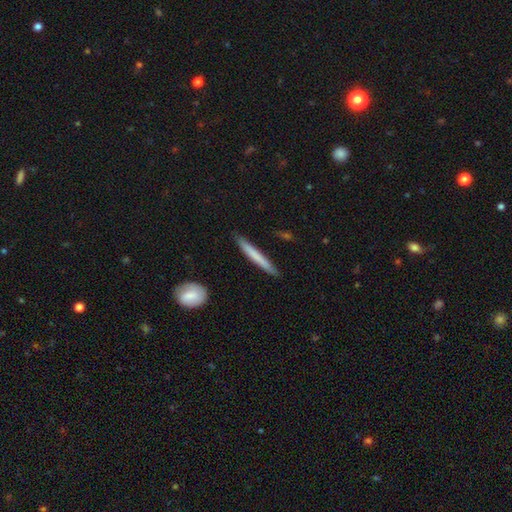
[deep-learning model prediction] Morphology: type=smooth (65%); roundness=cigar-shaped (96%); merging=none (87%).